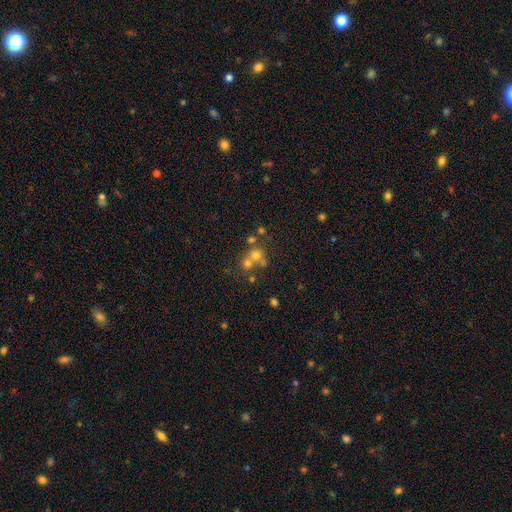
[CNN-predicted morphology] This is possibly a smooth galaxy (57%). How rounded: clearly round (84%). Merging: marginally merger (45%).